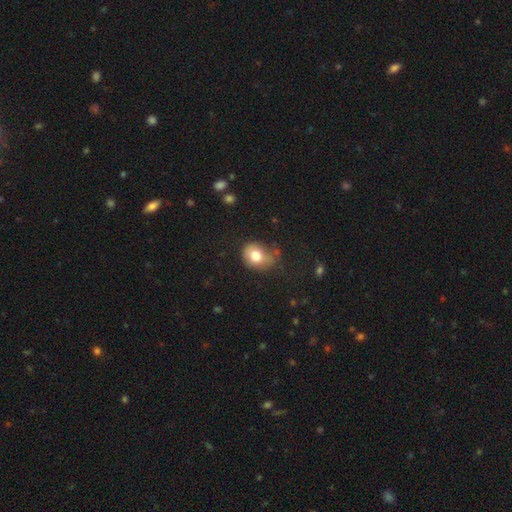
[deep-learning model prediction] smooth-or-featured: smooth: 78% | featured or disk: 12% | star or artifact: 9%
  how-rounded: round: 50% | in between: 49% | cigar-shaped: 1%
  merging: none: 53% | minor disturbance: 32% | major disturbance: 12% | merger: 4%